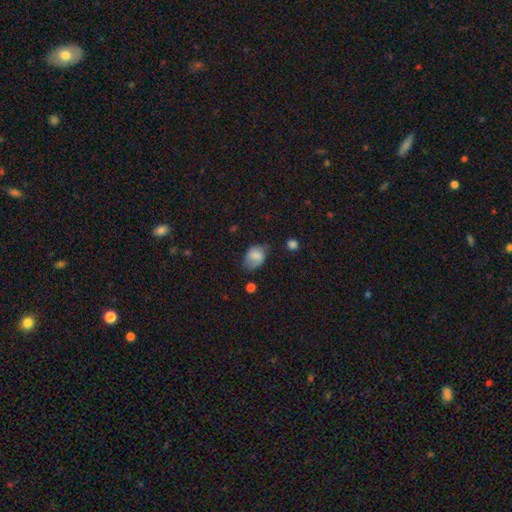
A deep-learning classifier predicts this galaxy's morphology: Smooth or featured? smooth (76%)
How rounded? in between (71%)
Merging? none (51%)